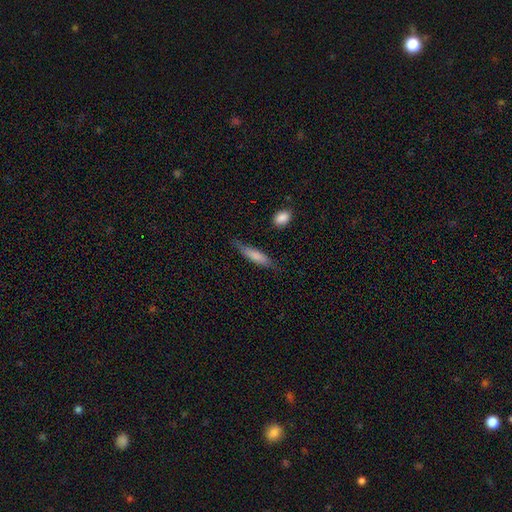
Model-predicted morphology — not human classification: Smooth or featured: smooth — 75% (featured or disk — 18%)
How rounded: cigar-shaped — 74% (in between — 24%)
Merging: none — 71% (minor disturbance — 21%)